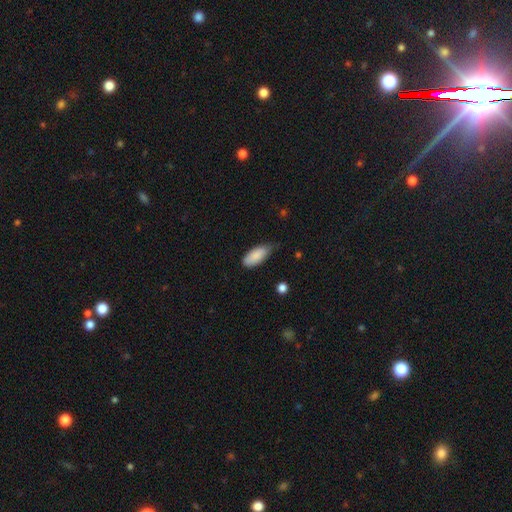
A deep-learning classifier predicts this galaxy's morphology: Smooth or featured?
  - smooth: 88% *
  - star or artifact: 6%
  - featured or disk: 6%
How rounded?
  - in between: 87% *
  - cigar-shaped: 11%
  - round: 2%
Merging?
  - none: 59% *
  - minor disturbance: 35%
  - major disturbance: 5%
  - merger: 2%